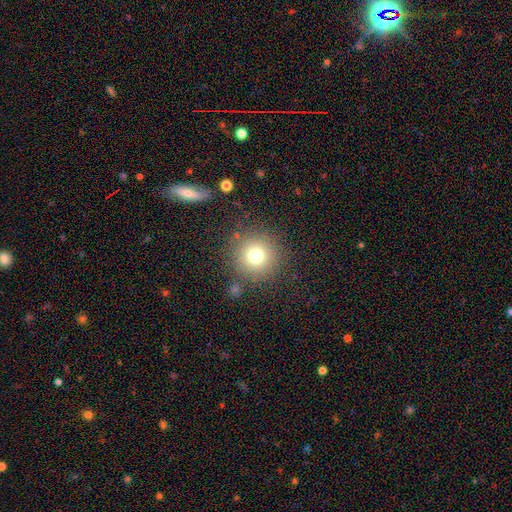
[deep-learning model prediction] The model was most divided on "smooth or featured": smooth: 74%, star or artifact: 16%, featured or disk: 10%. More confident: how rounded — round (95%); merging — none (85%).